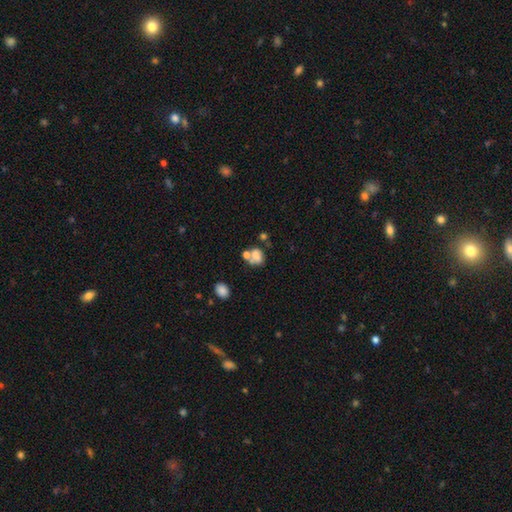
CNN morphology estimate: Smooth or featured: smooth — 70% (featured or disk — 18%)
How rounded: in between — 52% (round — 46%)
Merging: merger — 37% (none — 36%)